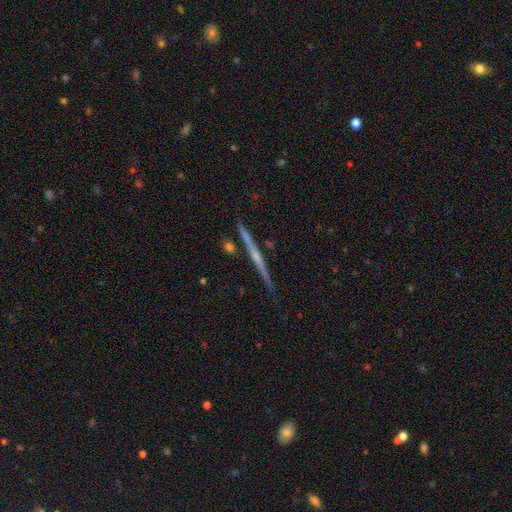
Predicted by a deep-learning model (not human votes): Smooth or featured? featured or disk (77%)
Edge-on disk? yes (98%)
Edge-on bulge? rounded (61%)
Merging? none (87%)